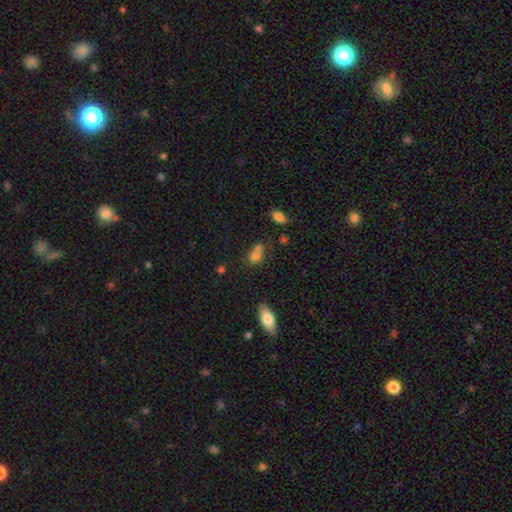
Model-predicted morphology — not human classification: type=smooth (72%); roundness=round (57%); merging=merger (52%).